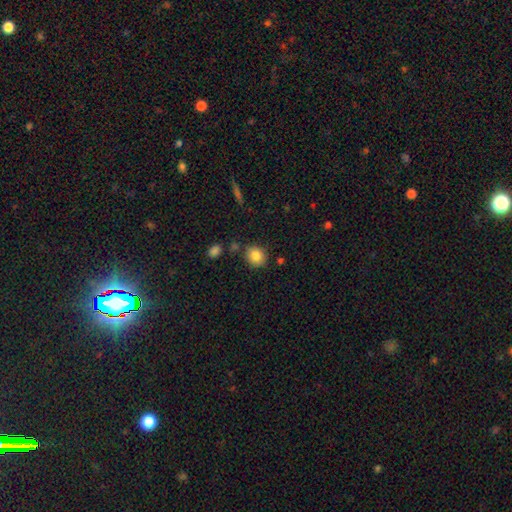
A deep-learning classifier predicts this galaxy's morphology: This appears to be a smooth galaxy with no disk features (86%) that is round (72%). Merging: none (80%).